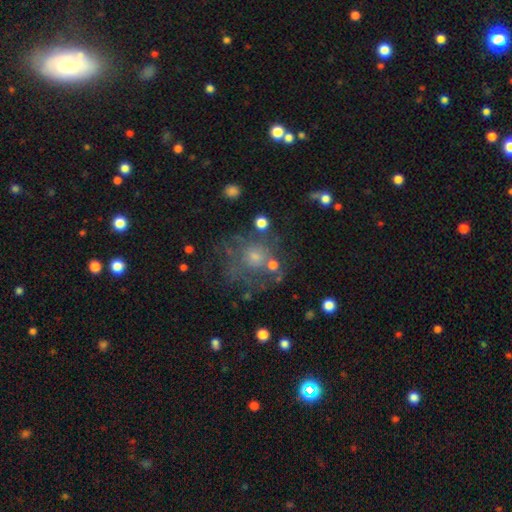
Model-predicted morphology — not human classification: A smooth galaxy with no disk features (48%).

Vote fractions:
- Smooth or featured? smooth: 48% / featured or disk: 36% / star or artifact: 17%
- Merging? none: 55% / major disturbance: 19% / minor disturbance: 18% / merger: 7%